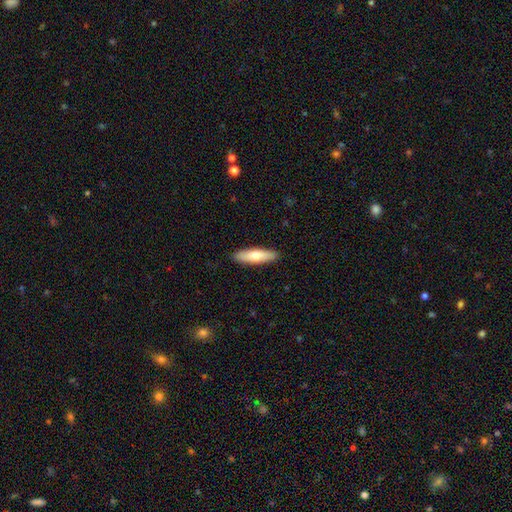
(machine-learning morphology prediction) This is likely a smooth galaxy (67%). How rounded: likely cigar-shaped (65%). Merging: clearly none (90%).